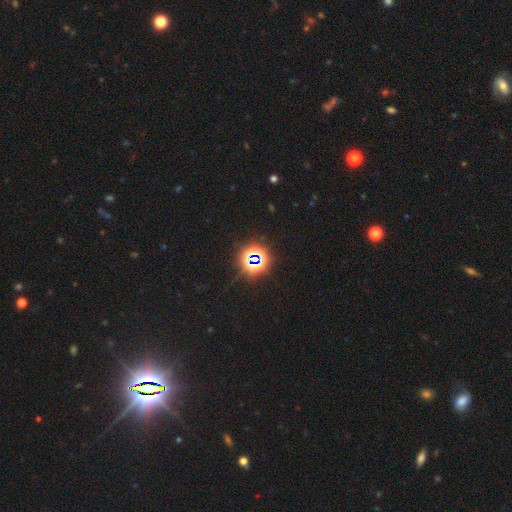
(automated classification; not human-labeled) Q: Smooth or featured?
A: star or artifact (78%); runner-up: smooth (14%)